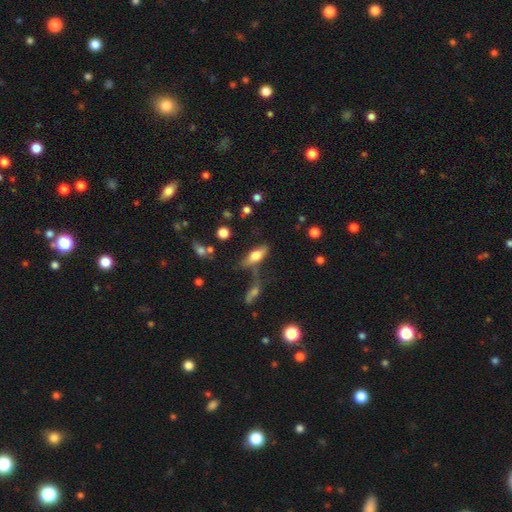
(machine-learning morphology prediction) type=smooth (61%); roundness=in between (67%); merging=none (51%).